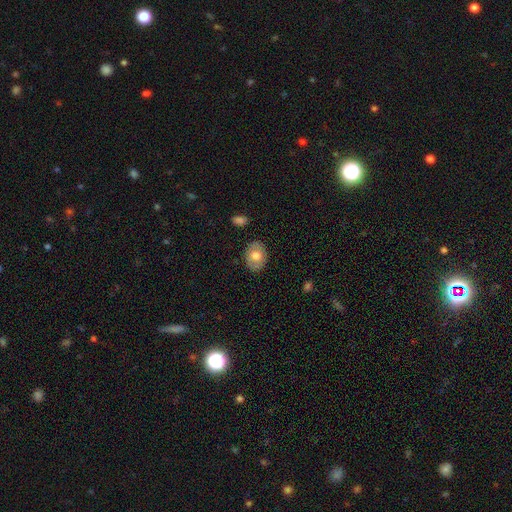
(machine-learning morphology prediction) Smooth or featured? Predicted: smooth (p=0.64). How rounded? Predicted: in between (p=0.70). Merging? Predicted: none (p=0.84).